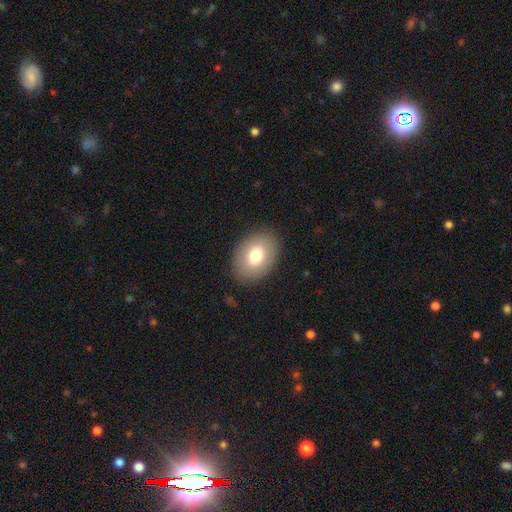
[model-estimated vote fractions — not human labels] smooth_or_featured: smooth (p=0.76) [alt: featured or disk p=0.16]
how_rounded: in between (p=0.76) [alt: round p=0.23]
merging: none (p=0.87) [alt: minor disturbance p=0.09]